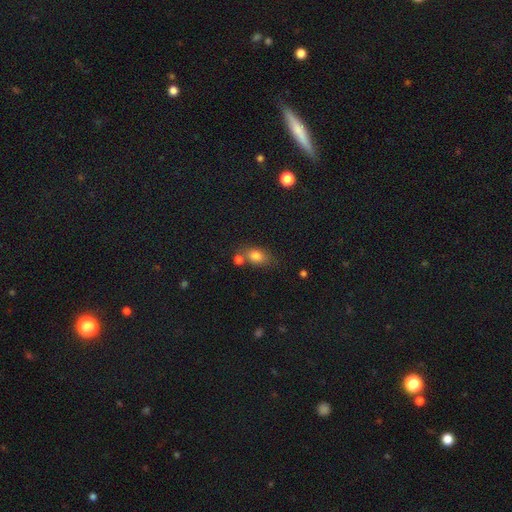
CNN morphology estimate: This appears to be a smooth galaxy with no disk features (79%) that is in between round and cigar-shaped (74%). Merging: none (57%).